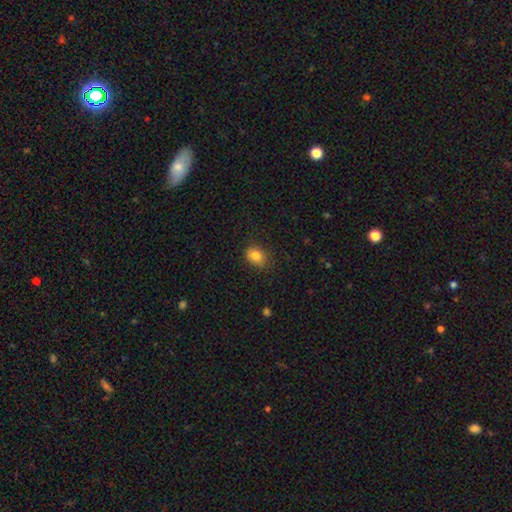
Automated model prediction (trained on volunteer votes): Smooth or featured: smooth — 83% (star or artifact — 11%)
How rounded: in between — 57% (round — 42%)
Merging: none — 83% (minor disturbance — 13%)